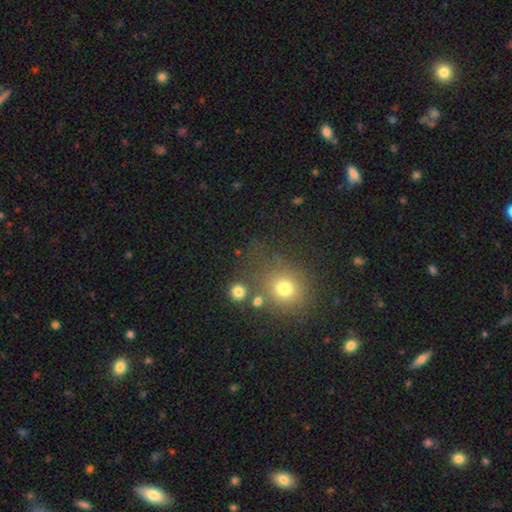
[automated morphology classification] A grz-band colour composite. It shows a smooth galaxy with no disk features (64%) that is round (80%). Merging: none (70%).